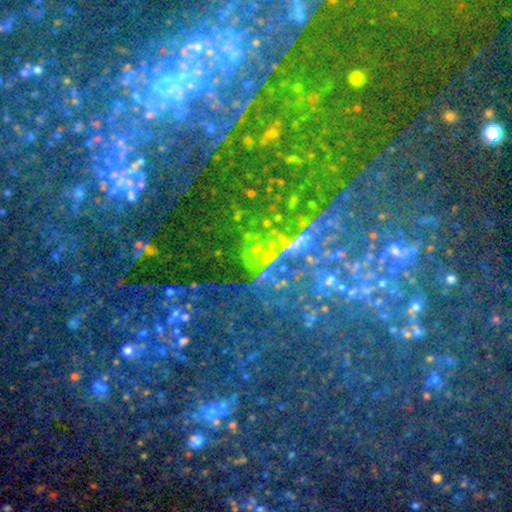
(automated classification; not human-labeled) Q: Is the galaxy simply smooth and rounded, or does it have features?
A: star or artifact — 45%.